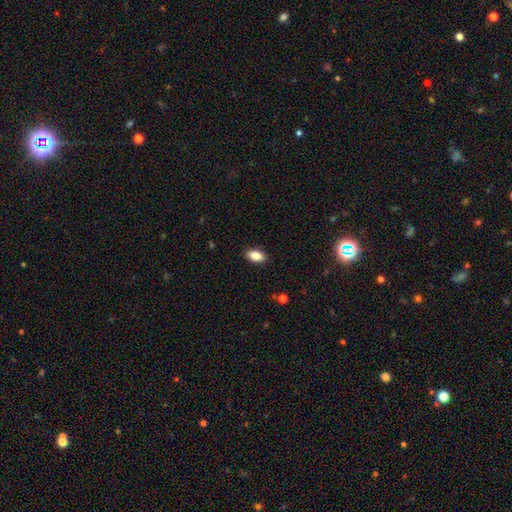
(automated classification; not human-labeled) This appears to be a smooth galaxy with no disk features (85%) that is in between round and cigar-shaped (91%). Merging: none (89%).